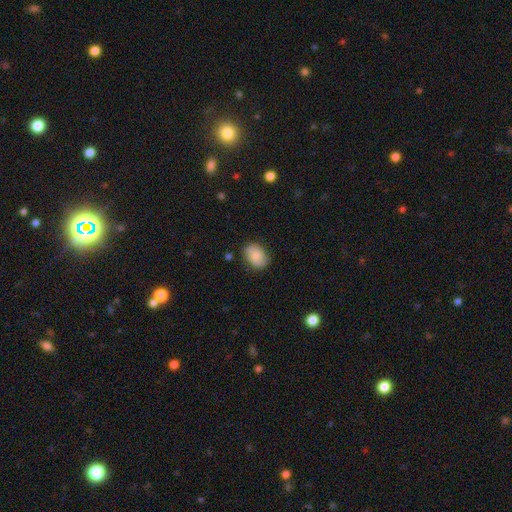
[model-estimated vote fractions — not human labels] The model was most divided on "how rounded": in between: 73%, round: 26%, cigar-shaped: 1%. More confident: smooth or featured — smooth (78%); merging — none (77%).